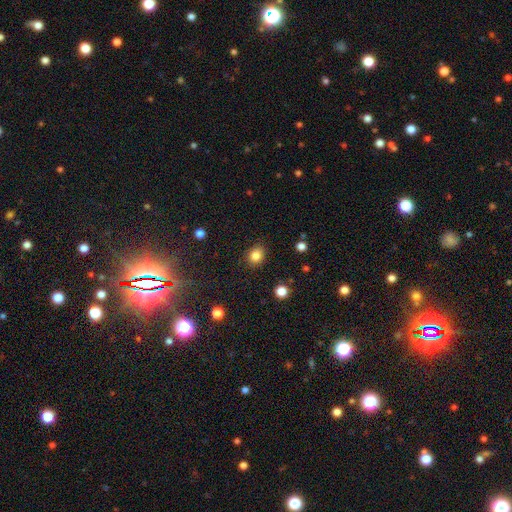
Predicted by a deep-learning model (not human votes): A smooth galaxy with no disk features (84%) that is round (64%).

Vote fractions:
- Smooth or featured? smooth: 84% / star or artifact: 11% / featured or disk: 5%
- How rounded? round: 64% / in between: 35% / cigar-shaped: 1%
- Merging? none: 86% / minor disturbance: 10% / major disturbance: 3% / merger: 1%